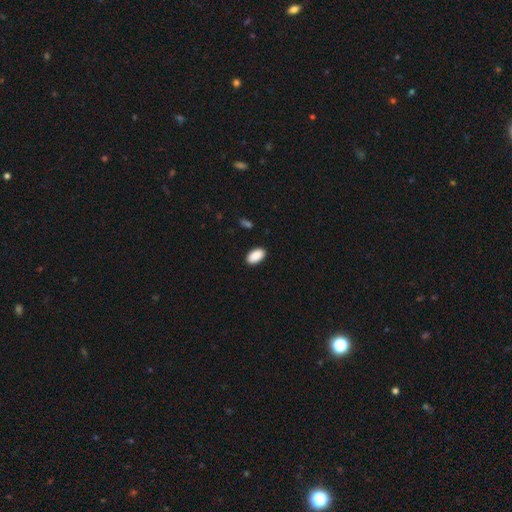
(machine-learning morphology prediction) smooth_or_featured: smooth (p=0.91) [alt: star or artifact p=0.06]
how_rounded: in between (p=0.95) [alt: round p=0.03]
merging: none (p=0.89) [alt: minor disturbance p=0.08]